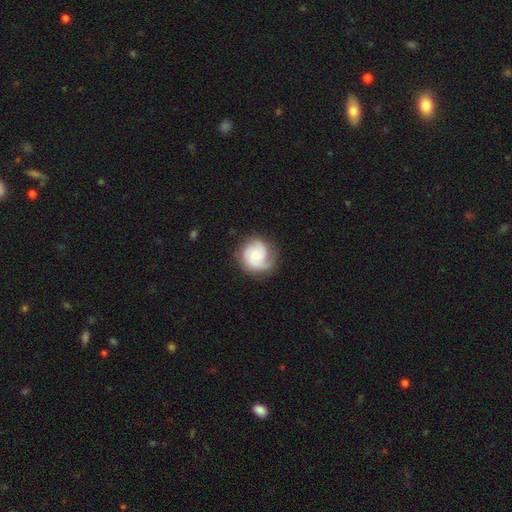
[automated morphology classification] Smooth or featured?
  - featured or disk: 71% *
  - smooth: 23%
  - star or artifact: 6%
Edge-on disk?
  - no: 98% *
  - yes: 2%
Bar?
  - no: 73% *
  - weak: 24%
  - strong: 3%
Spiral arms?
  - yes: 94% *
  - no: 6%
Spiral winding?
  - tight: 53% *
  - medium: 35%
  - loose: 12%
Spiral arm count?
  - 2: 40% *
  - 3: 21%
  - 1: 17%
  - can't tell: 16%
  - 4: 3%
  - more than 4: 3%
Bulge size?
  - small: 47% *
  - moderate: 44%
  - large: 4%
  - none: 4%
  - dominant: 1%
Merging?
  - none: 71% *
  - minor disturbance: 19%
  - major disturbance: 9%
  - merger: 1%